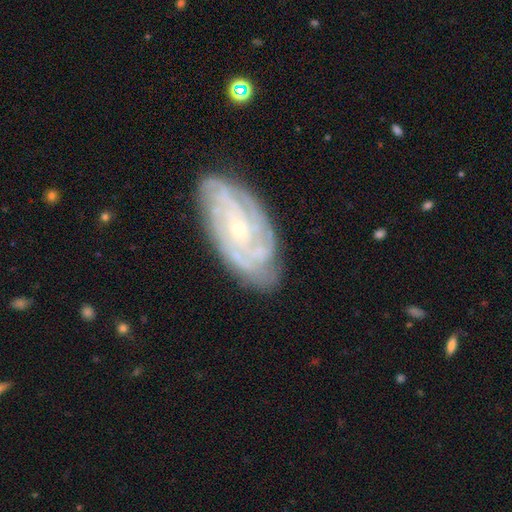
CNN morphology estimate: Q: Smooth or featured?
A: featured or disk (82%); runner-up: smooth (11%)
Q: Edge-on disk?
A: no (94%); runner-up: yes (6%)
Q: Bar?
A: no (68%); runner-up: weak (26%)
Q: Spiral arms?
A: yes (94%); runner-up: no (6%)
Q: Spiral winding?
A: tight (69%); runner-up: medium (25%)
Q: Spiral arm count?
A: can't tell (36%); runner-up: 4 (20%)
Q: Bulge size?
A: small (74%); runner-up: moderate (22%)
Q: Merging?
A: none (75%); runner-up: minor disturbance (18%)